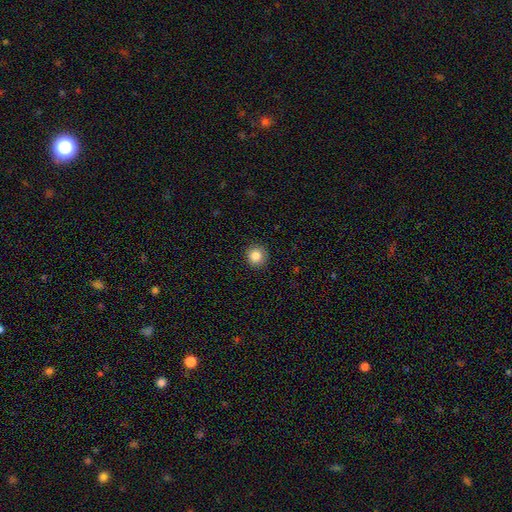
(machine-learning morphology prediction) This is clearly a smooth galaxy (85%). How rounded: clearly round (94%). Merging: clearly none (91%).